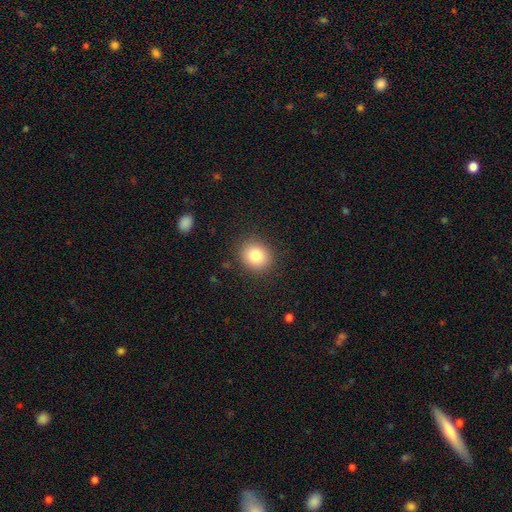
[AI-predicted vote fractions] smooth_or_featured: smooth (p=0.83) [alt: star or artifact p=0.10]
how_rounded: round (p=0.78) [alt: in between p=0.21]
merging: none (p=0.89) [alt: minor disturbance p=0.08]